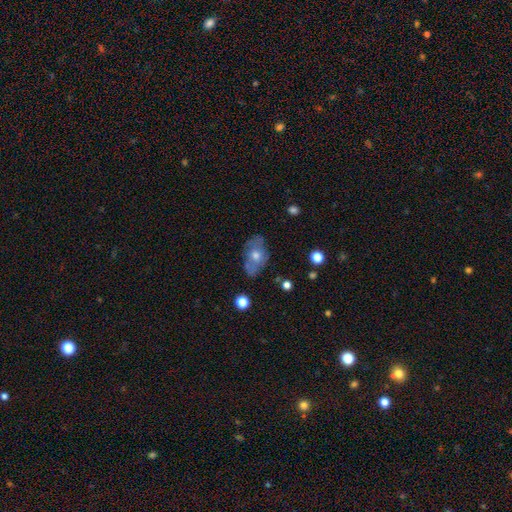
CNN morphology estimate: Overall: smooth (46%; featured or disk 45%). Merging: none (74%).